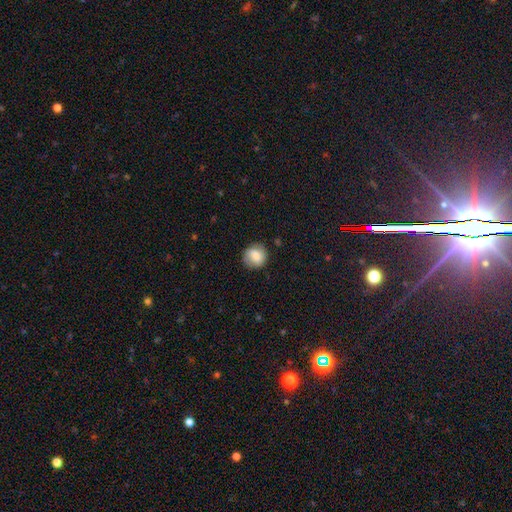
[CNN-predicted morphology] Smooth or featured?
  - smooth: 77% *
  - featured or disk: 15%
  - star or artifact: 8%
How rounded?
  - round: 88% *
  - in between: 11%
  - cigar-shaped: 1%
Merging?
  - none: 82% *
  - minor disturbance: 13%
  - major disturbance: 3%
  - merger: 1%